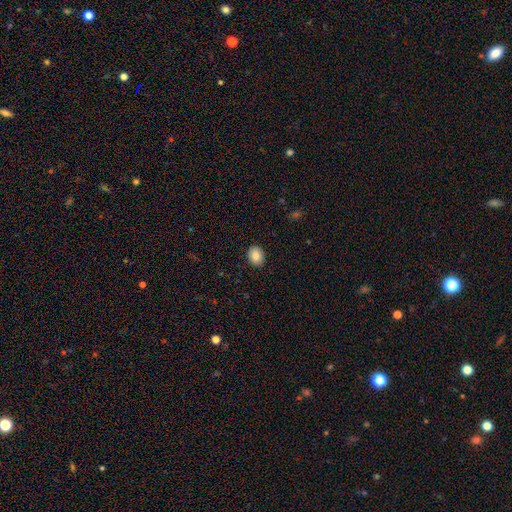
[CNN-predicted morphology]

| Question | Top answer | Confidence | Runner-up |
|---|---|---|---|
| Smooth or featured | smooth | 85% | star or artifact (8%) |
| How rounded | in between | 51% | round (48%) |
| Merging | none | 90% | minor disturbance (7%) |